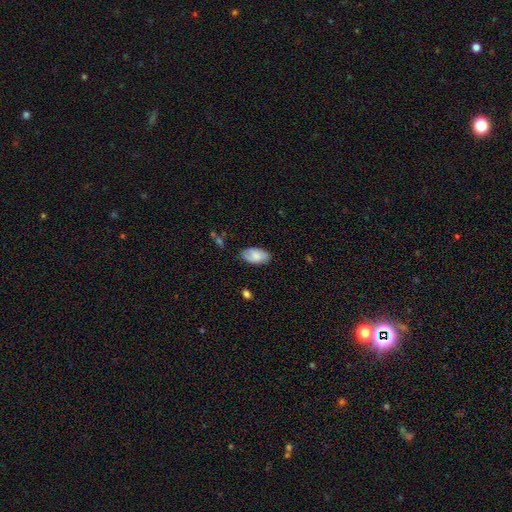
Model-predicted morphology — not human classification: Smooth or featured?
  - smooth: 75% *
  - featured or disk: 18%
  - star or artifact: 7%
How rounded?
  - in between: 95% *
  - round: 3%
  - cigar-shaped: 2%
Merging?
  - none: 79% *
  - minor disturbance: 16%
  - major disturbance: 3%
  - merger: 1%